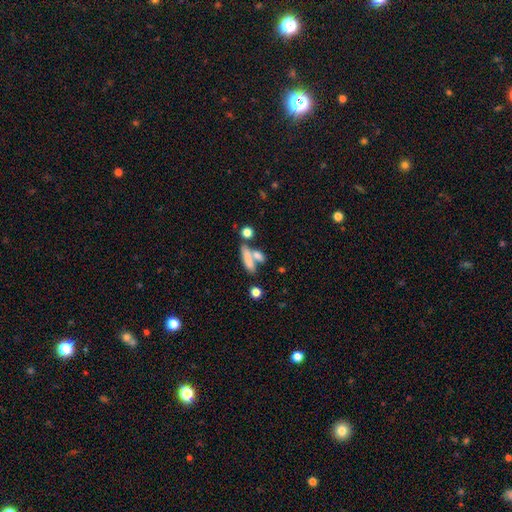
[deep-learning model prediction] Morphology: type=smooth (71%); roundness=cigar-shaped (52%); merging=none (48%).